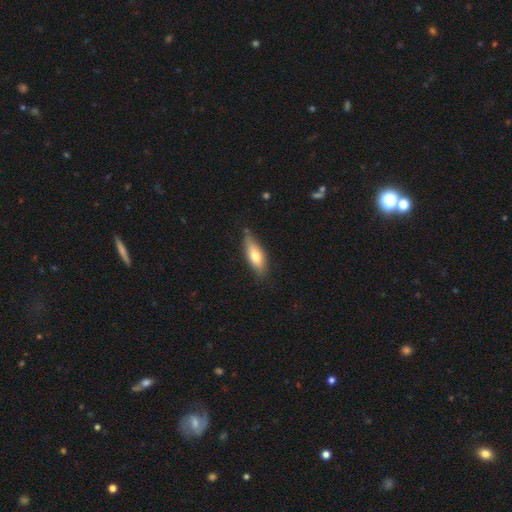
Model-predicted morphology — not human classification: smooth-or-featured: smooth: 64% | featured or disk: 29% | star or artifact: 6%
  how-rounded: in between: 59% | cigar-shaped: 38% | round: 3%
  merging: none: 78% | minor disturbance: 17% | major disturbance: 3% | merger: 2%